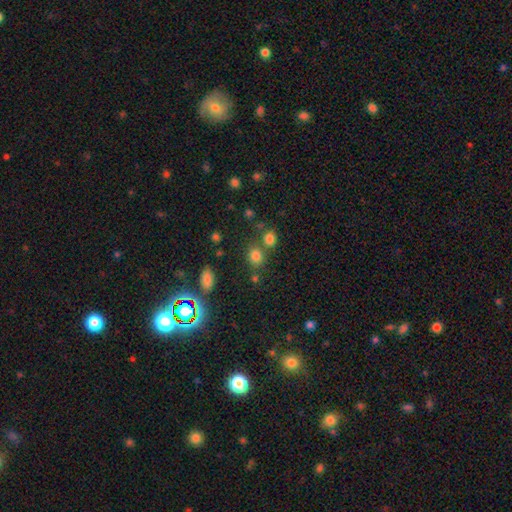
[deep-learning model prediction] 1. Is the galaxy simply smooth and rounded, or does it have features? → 78% smooth, 16% star or artifact, 6% featured or disk.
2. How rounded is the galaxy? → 68% round, 31% in between, 1% cigar-shaped.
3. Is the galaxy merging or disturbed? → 66% none, 19% merger, 10% minor disturbance, 4% major disturbance.